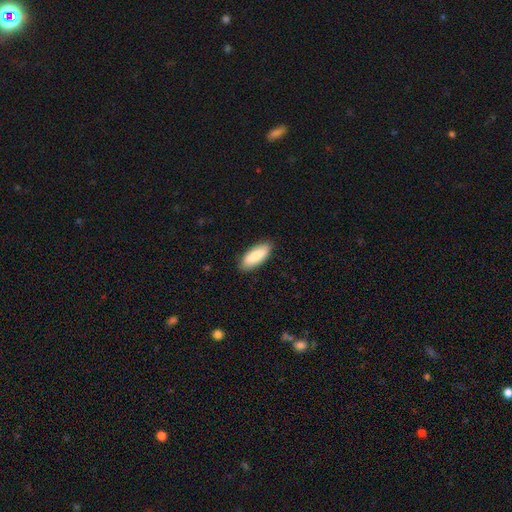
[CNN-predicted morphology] Q: Smooth or featured?
A: smooth (83%); runner-up: featured or disk (11%)
Q: How rounded?
A: in between (75%); runner-up: cigar-shaped (23%)
Q: Merging?
A: none (86%); runner-up: minor disturbance (11%)